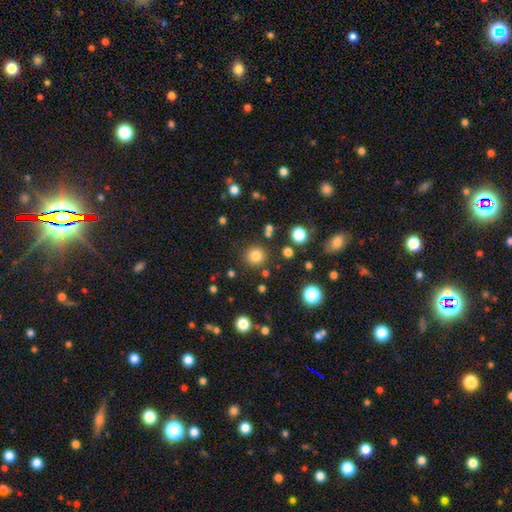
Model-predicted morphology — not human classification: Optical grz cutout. It shows a smooth galaxy with no disk features (81%) that is round (92%). Merging: none (85%).